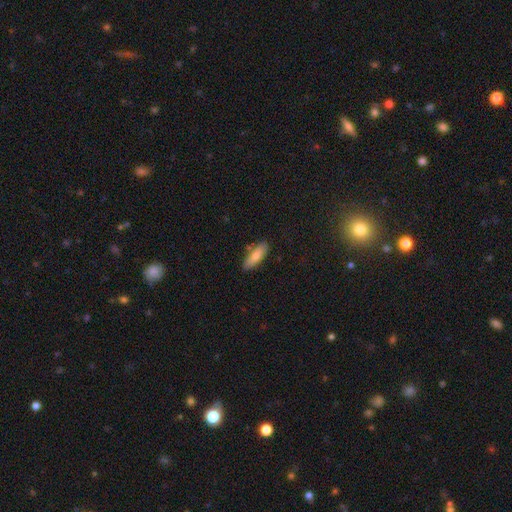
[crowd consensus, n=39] Smooth or featured? smooth (87%)
How rounded? in between (59%)
Merging? none (74%)